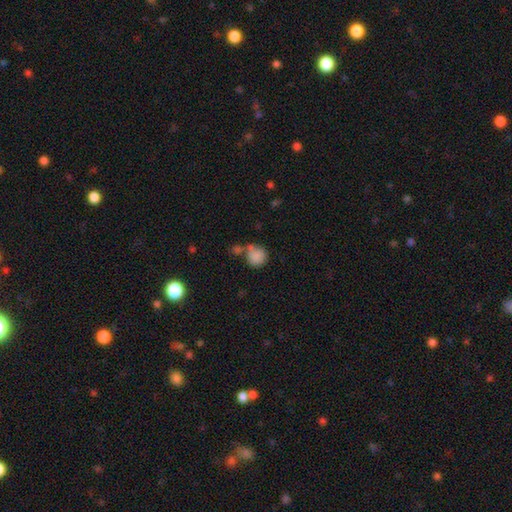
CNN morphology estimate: A smooth galaxy with no disk features (83%) that is round (81%).

Vote fractions:
- Smooth or featured? smooth: 83% / star or artifact: 9% / featured or disk: 8%
- How rounded? round: 81% / in between: 18% / cigar-shaped: 1%
- Merging? none: 45% / merger: 30% / minor disturbance: 17% / major disturbance: 8%